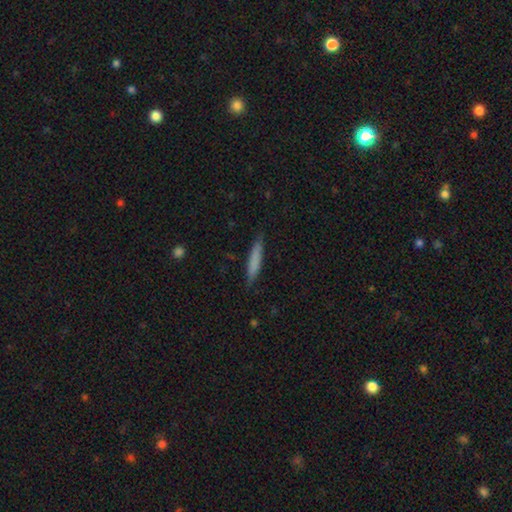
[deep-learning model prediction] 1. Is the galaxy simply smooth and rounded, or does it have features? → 75% smooth, 19% featured or disk, 6% star or artifact.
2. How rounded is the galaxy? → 93% cigar-shaped, 6% in between, 1% round.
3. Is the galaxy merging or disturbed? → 86% none, 10% minor disturbance, 2% major disturbance, 1% merger.